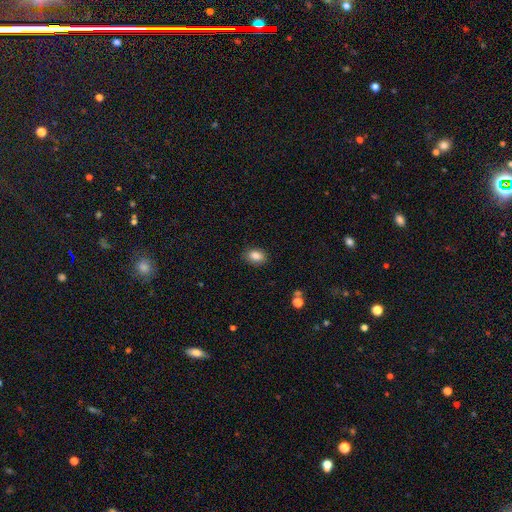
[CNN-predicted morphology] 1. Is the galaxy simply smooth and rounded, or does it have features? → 86% smooth, 9% star or artifact, 6% featured or disk.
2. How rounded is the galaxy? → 78% in between, 20% round, 1% cigar-shaped.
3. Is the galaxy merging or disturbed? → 87% none, 10% minor disturbance, 2% major disturbance, 1% merger.